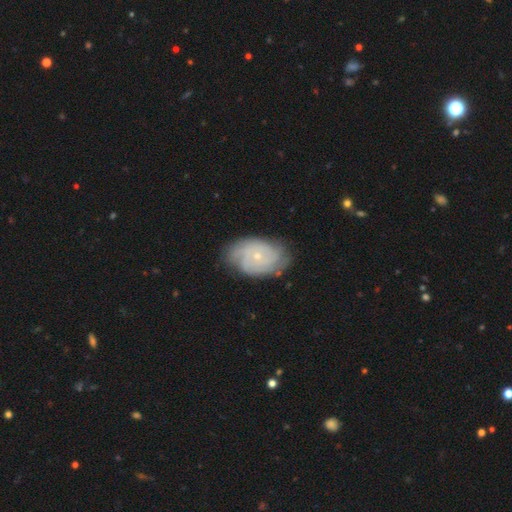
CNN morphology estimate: This appears to be a featured or disk galaxy (76%) with no bar (81%), tight (71%) spiral arms (93%) and a small central bulge (77%). Merging: none (75%).